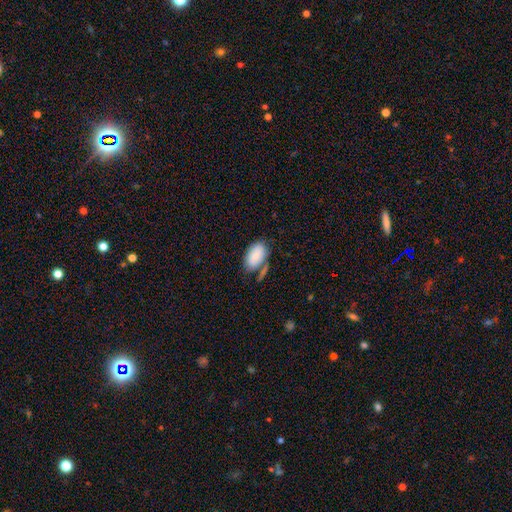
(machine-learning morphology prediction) smooth 82%, featured or disk 11%, star or artifact 7%. Down the decision tree: how rounded — in between (93%); merging — none (57%).